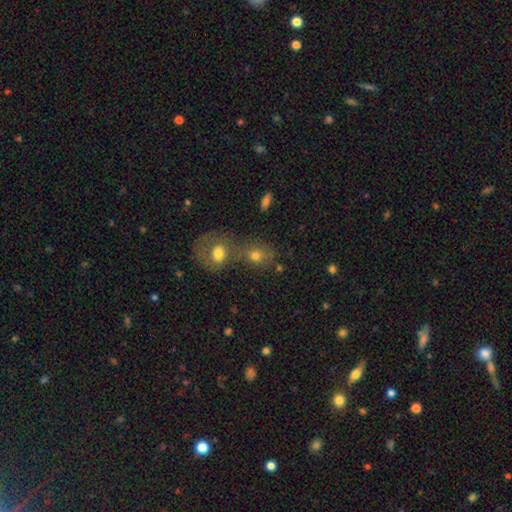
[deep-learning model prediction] This is likely a smooth galaxy (72%). How rounded: possibly round (58%). Merging: possibly merger (55%).